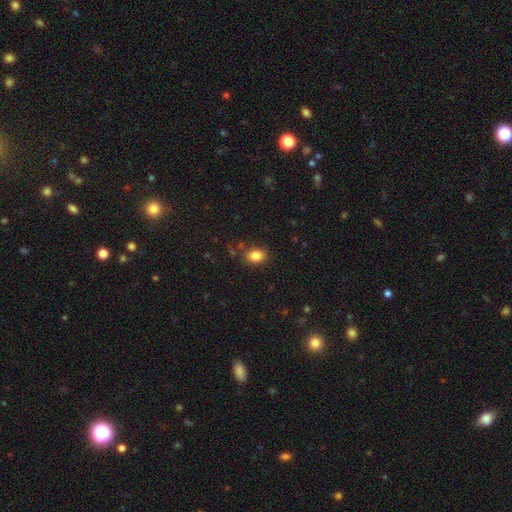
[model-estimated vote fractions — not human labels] Smooth or featured? smooth (84%)
How rounded? in between (72%)
Merging? none (80%)